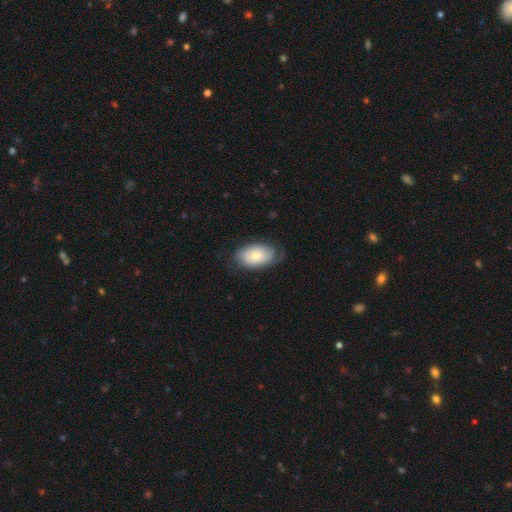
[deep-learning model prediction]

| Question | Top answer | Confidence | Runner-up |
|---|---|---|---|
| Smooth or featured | smooth | 68% | featured or disk (26%) |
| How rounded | in between | 92% | round (6%) |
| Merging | none | 67% | minor disturbance (25%) |